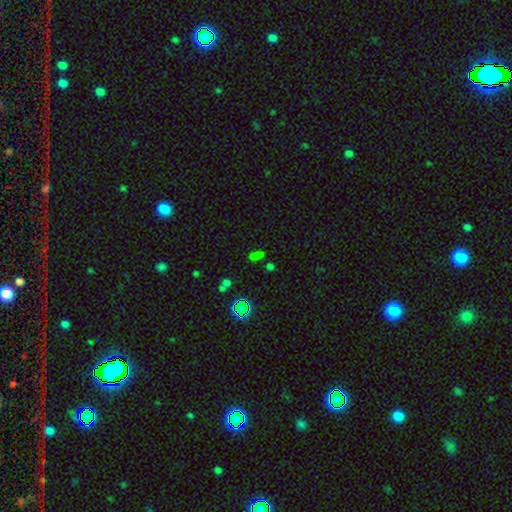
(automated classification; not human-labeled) The model was most divided on "smooth or featured": smooth: 50%, star or artifact: 40%, featured or disk: 10%. More confident: how rounded — in between (66%); merging — none (65%).